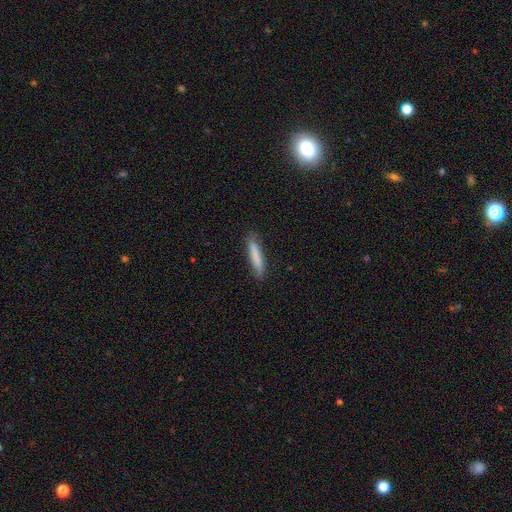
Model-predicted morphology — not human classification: smooth_or_featured: smooth (p=0.83) [alt: featured or disk p=0.11]
how_rounded: cigar-shaped (p=0.91) [alt: in between p=0.08]
merging: none (p=0.87) [alt: minor disturbance p=0.10]